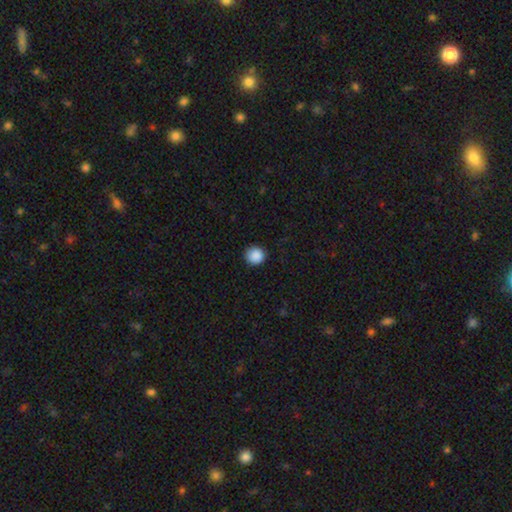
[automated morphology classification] The model was most divided on "smooth or featured": smooth: 89%, star or artifact: 9%, featured or disk: 2%. More confident: how rounded — round (91%); merging — none (90%).